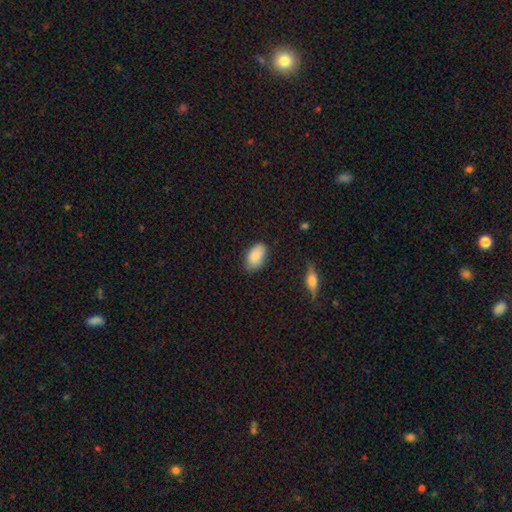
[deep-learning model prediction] Smooth or featured: smooth — 88% (star or artifact — 7%)
How rounded: in between — 93% (round — 5%)
Merging: none — 81% (minor disturbance — 14%)